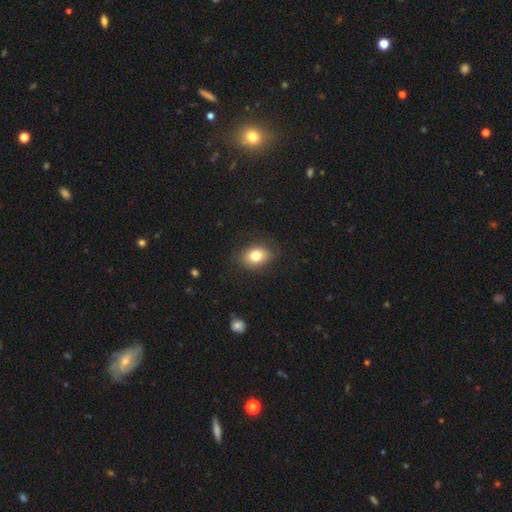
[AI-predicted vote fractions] This appears to be a smooth galaxy with no disk features (79%) that is in between round and cigar-shaped (68%). Merging: none (83%).